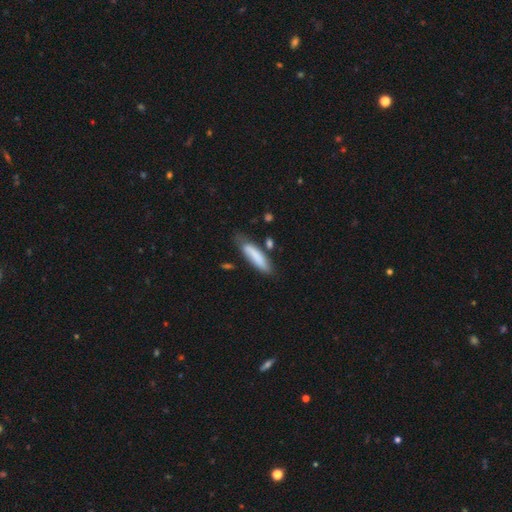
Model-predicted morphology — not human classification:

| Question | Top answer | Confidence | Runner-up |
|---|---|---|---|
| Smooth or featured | smooth | 77% | featured or disk (17%) |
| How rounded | cigar-shaped | 67% | in between (32%) |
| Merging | none | 62% | minor disturbance (25%) |